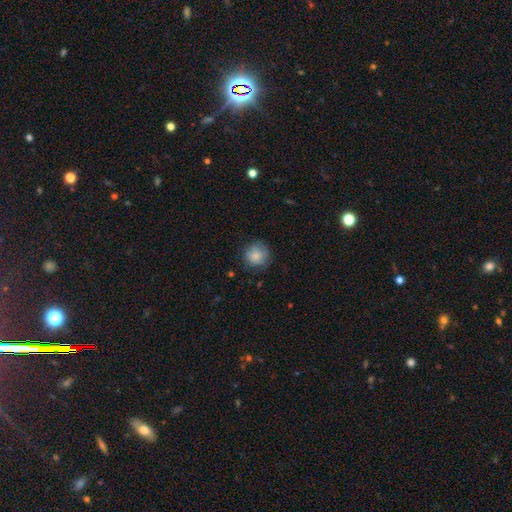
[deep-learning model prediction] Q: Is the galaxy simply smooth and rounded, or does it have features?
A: smooth — 80%.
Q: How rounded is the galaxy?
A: round — 91%.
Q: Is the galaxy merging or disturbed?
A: none — 76%.